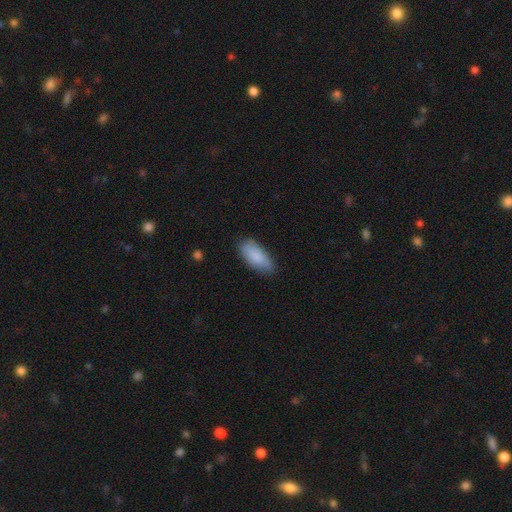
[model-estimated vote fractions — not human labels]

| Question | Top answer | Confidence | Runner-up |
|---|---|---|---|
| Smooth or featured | smooth | 87% | featured or disk (7%) |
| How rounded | in between | 85% | cigar-shaped (13%) |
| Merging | none | 78% | minor disturbance (18%) |